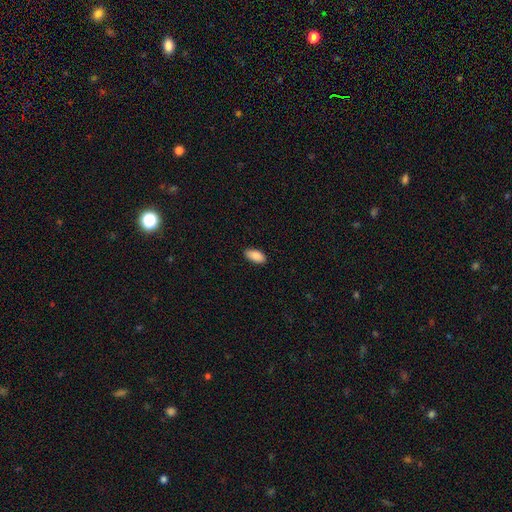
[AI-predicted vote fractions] A smooth galaxy with no disk features (90%) that is in between round and cigar-shaped (93%). Merging: none (88%).